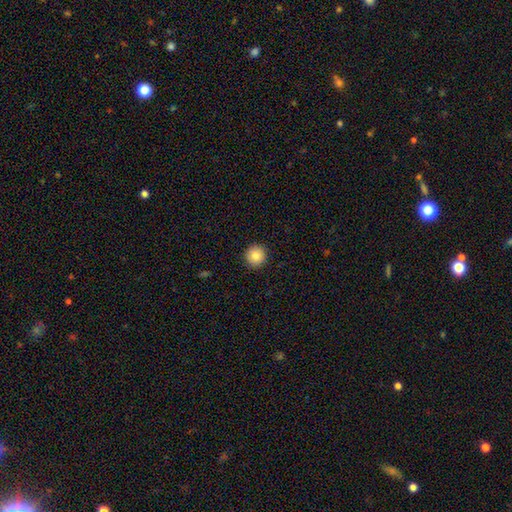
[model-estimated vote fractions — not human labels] Morphology: type=smooth (84%); roundness=round (95%); merging=none (92%).